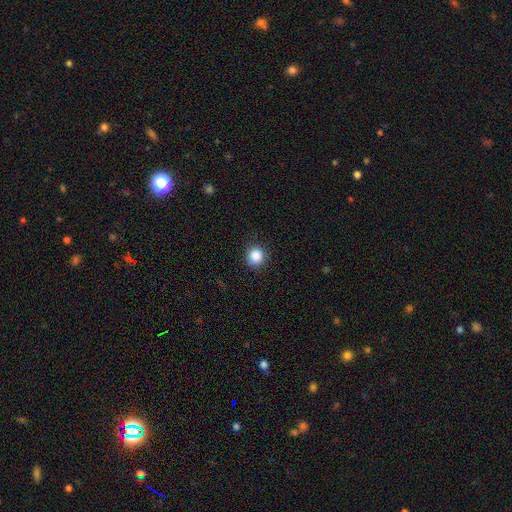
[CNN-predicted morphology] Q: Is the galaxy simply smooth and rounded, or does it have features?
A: smooth — 87%.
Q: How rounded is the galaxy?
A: round — 90%.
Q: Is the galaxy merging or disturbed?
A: none — 88%.